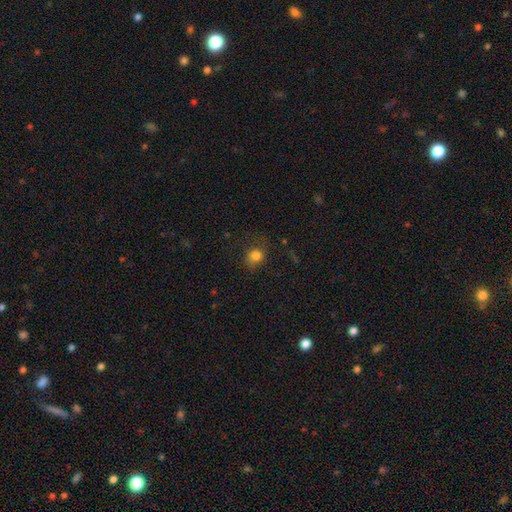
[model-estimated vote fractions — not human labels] Smooth or featured: smooth — 79% (star or artifact — 13%)
How rounded: round — 78% (in between — 21%)
Merging: none — 69% (minor disturbance — 19%)